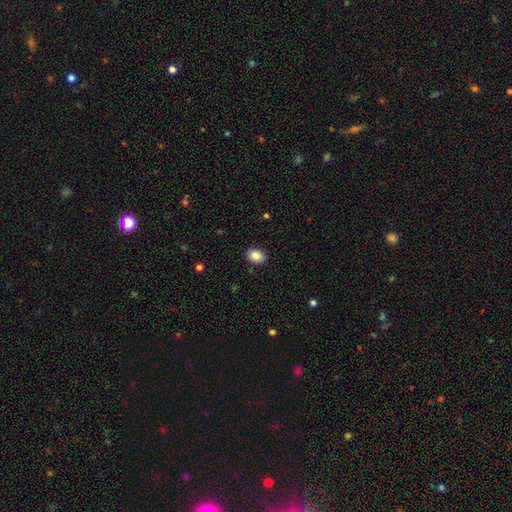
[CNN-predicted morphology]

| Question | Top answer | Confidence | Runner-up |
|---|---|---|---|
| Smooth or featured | smooth | 88% | star or artifact (8%) |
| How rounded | in between | 79% | round (20%) |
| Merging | none | 88% | minor disturbance (9%) |